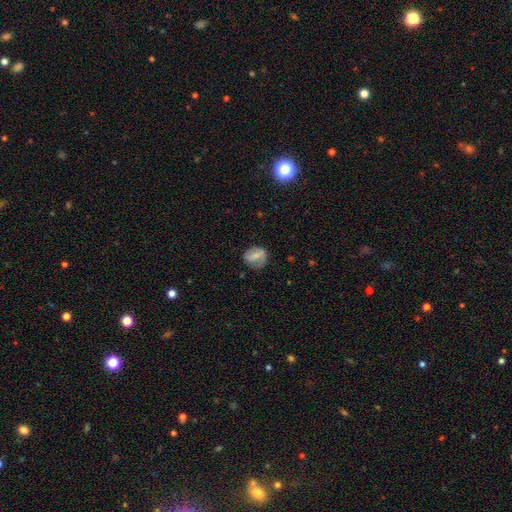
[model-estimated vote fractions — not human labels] Smooth or featured? Predicted: smooth (p=0.53). How rounded? Predicted: round (p=0.66). Merging? Predicted: none (p=0.71).